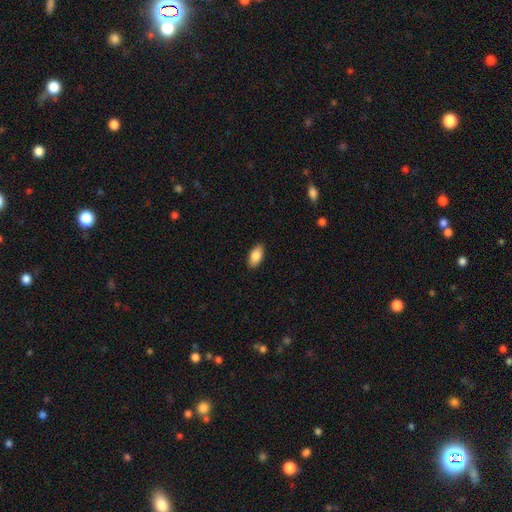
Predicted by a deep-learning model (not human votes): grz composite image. It shows a smooth galaxy with no disk features (86%) that is in between round and cigar-shaped (92%). Merging: none (89%).